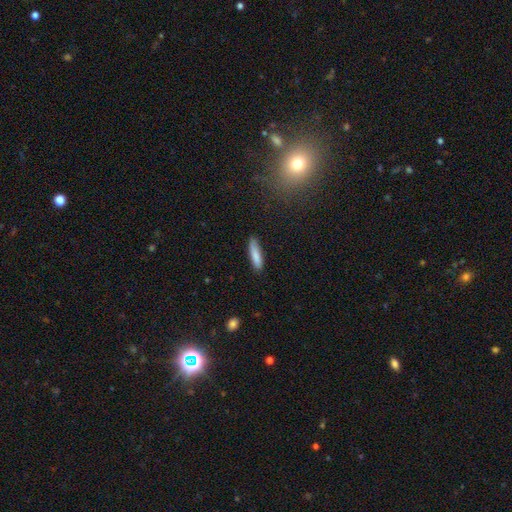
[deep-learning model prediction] Overall: smooth (84%). How rounded: cigar-shaped (78%). Merging: none (83%).